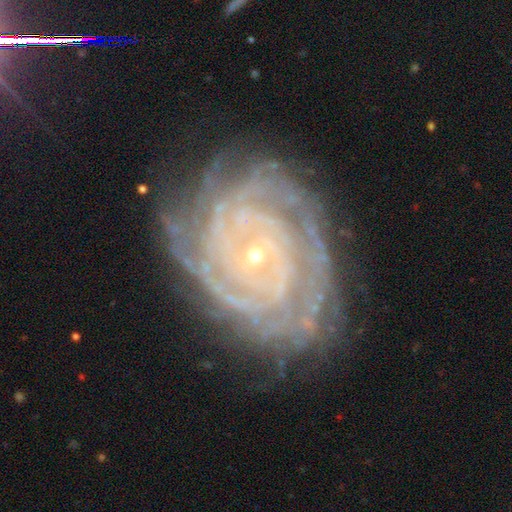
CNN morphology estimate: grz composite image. It shows a featured or disk galaxy (90%) with no bar (72%), tight (87%) spiral arms (98%) and a small central bulge (84%). Merging: none (74%).